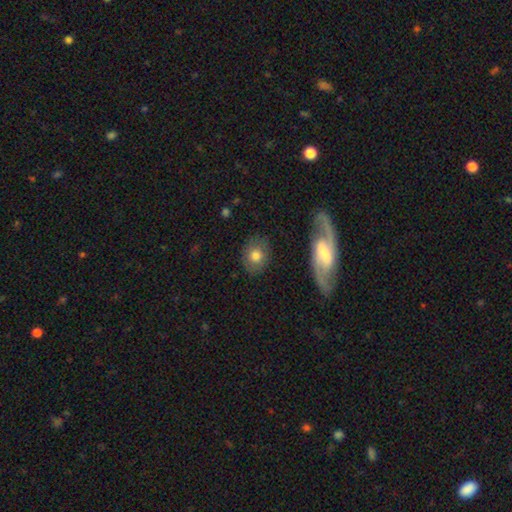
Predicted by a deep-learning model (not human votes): Overall: smooth (72%). How rounded: round (61%; in between 38%). Merging: none (81%).